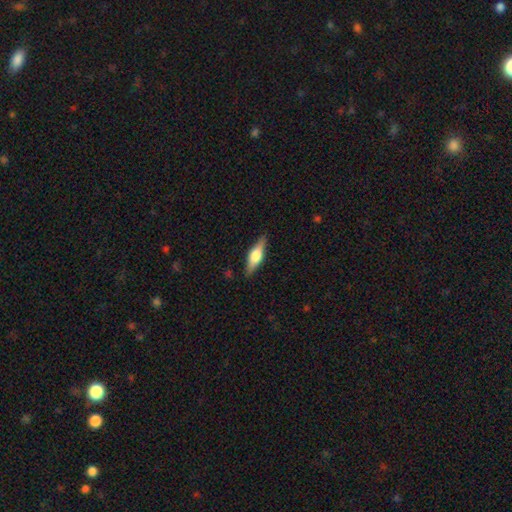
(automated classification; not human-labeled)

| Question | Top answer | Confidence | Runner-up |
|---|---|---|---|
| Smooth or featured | featured or disk | 52% | smooth (42%) |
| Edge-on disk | yes | 94% | no (6%) |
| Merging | none | 87% | minor disturbance (10%) |